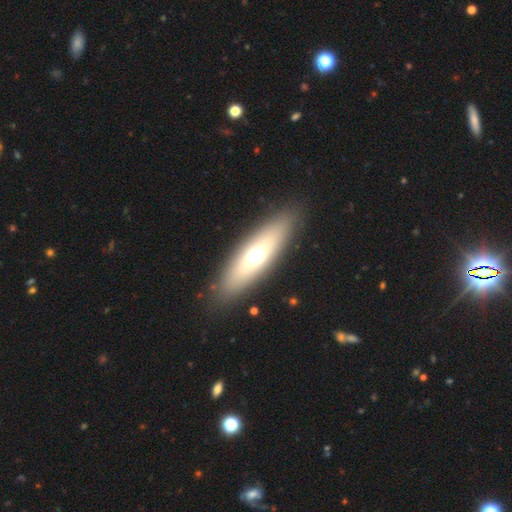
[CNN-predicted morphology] smooth 57%, featured or disk 35%, star or artifact 8%. Down the decision tree: how rounded — cigar-shaped (52%); merging — none (87%).